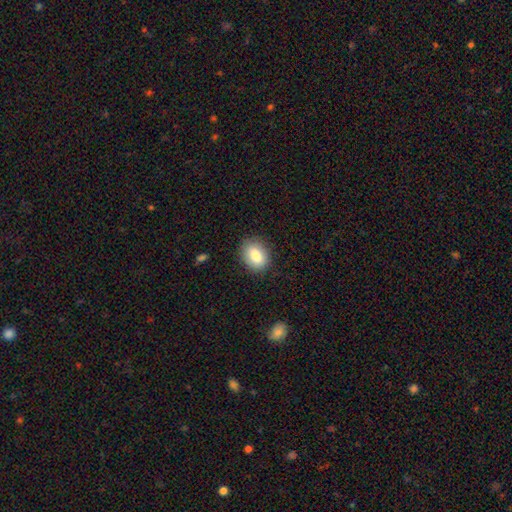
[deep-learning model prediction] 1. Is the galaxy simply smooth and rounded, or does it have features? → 83% smooth, 9% featured or disk, 8% star or artifact.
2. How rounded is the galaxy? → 71% in between, 28% round, 1% cigar-shaped.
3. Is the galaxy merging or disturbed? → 85% none, 11% minor disturbance, 3% major disturbance, 1% merger.